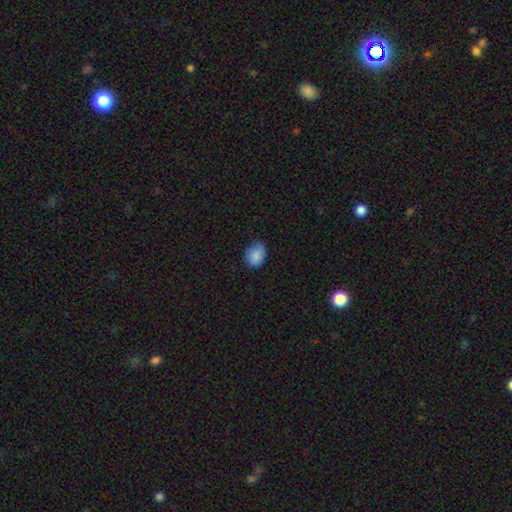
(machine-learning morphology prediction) smooth_or_featured: smooth (p=0.86) [alt: star or artifact p=0.08]
how_rounded: in between (p=0.60) [alt: round p=0.39]
merging: none (p=0.59) [alt: minor disturbance p=0.34]